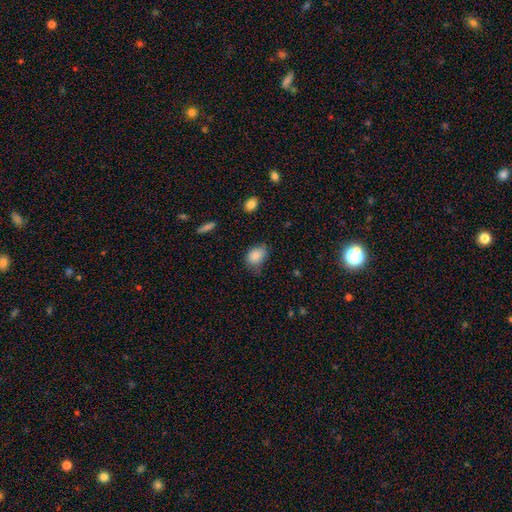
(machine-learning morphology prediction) Overall: smooth (86%). How rounded: in between (75%). Merging: none (56%; minor disturbance 33%).